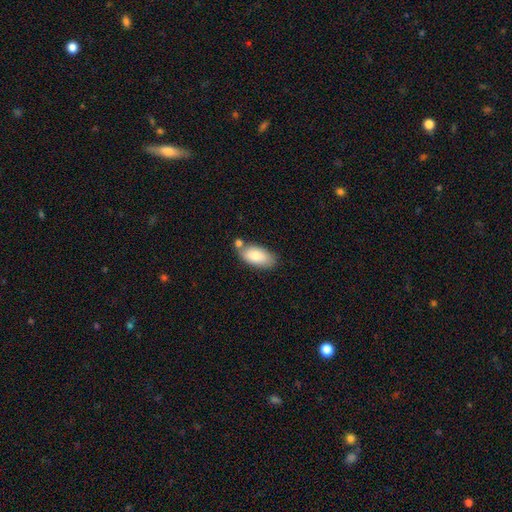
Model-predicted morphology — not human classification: Smooth or featured? smooth (84%)
How rounded? in between (92%)
Merging? none (60%)